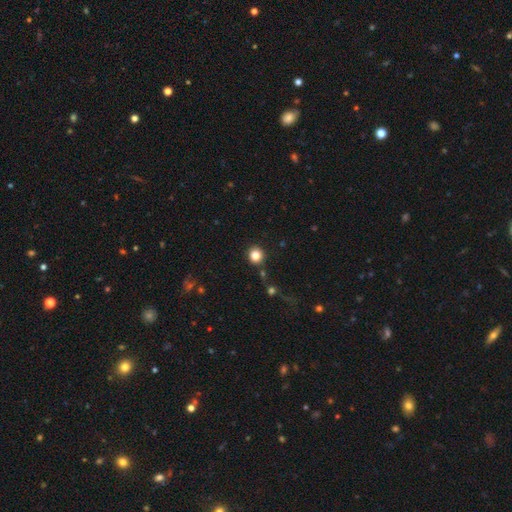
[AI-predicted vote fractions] The model was most divided on "smooth or featured": smooth: 83%, star or artifact: 12%, featured or disk: 5%. More confident: how rounded — round (91%); merging — none (87%).